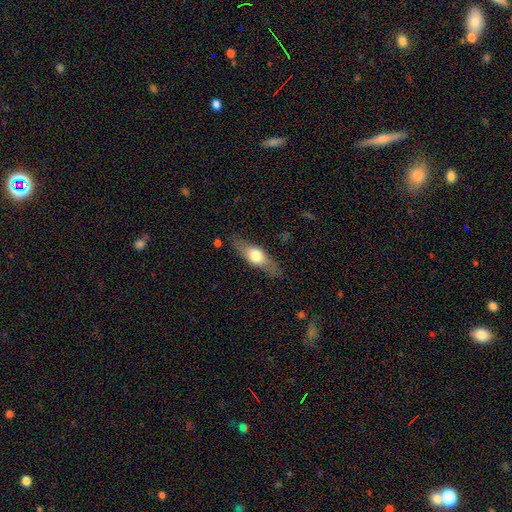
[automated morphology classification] This appears to be a smooth galaxy with no disk features (54%) that is in between round and cigar-shaped (52%). Merging: none (80%).